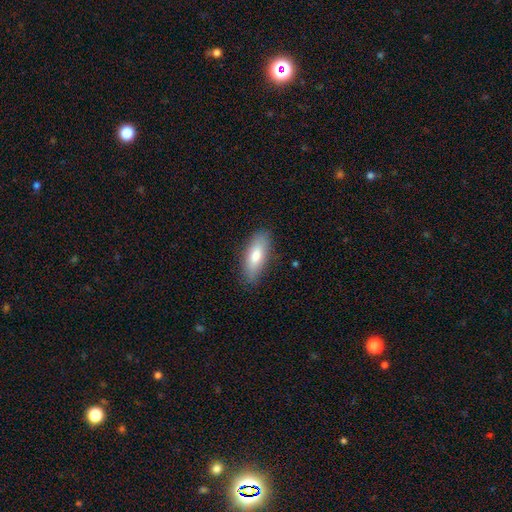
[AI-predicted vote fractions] Smooth or featured? Predicted: smooth (p=0.76). How rounded? Predicted: in between (p=0.72). Merging? Predicted: none (p=0.84).